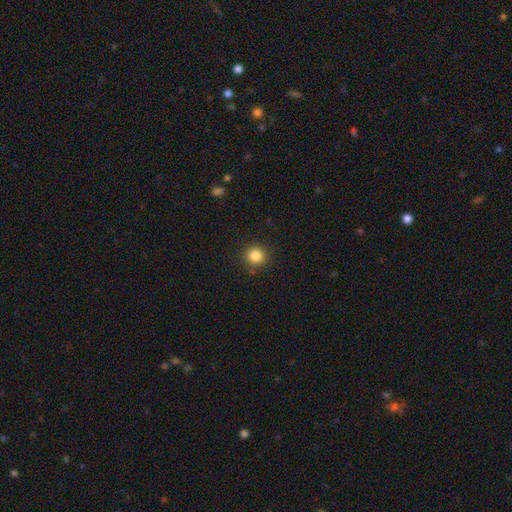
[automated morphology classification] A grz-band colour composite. It shows a smooth galaxy with no disk features (84%) that is round (93%). Merging: none (90%).